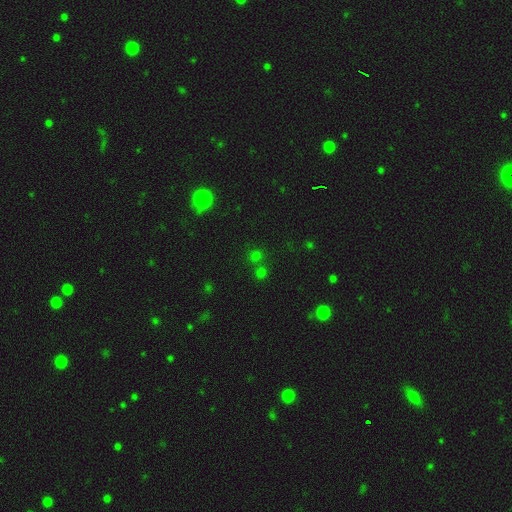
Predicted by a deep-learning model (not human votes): Morphology: type=smooth (56%); roundness=round (86%); merging=none (65%).